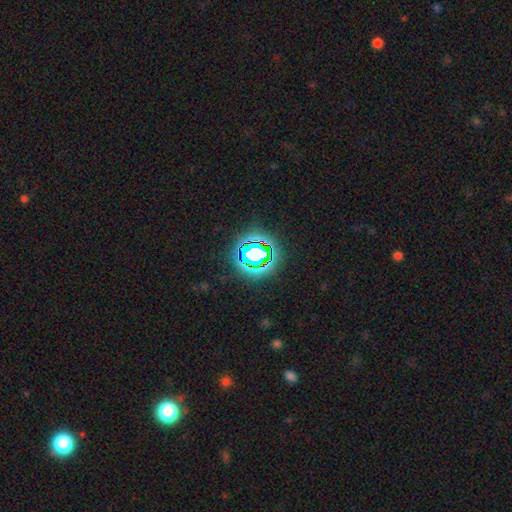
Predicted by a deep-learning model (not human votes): Smooth or featured? Predicted: star or artifact (p=0.67).